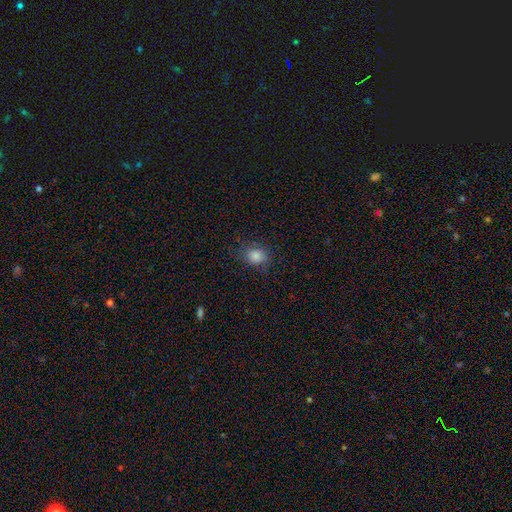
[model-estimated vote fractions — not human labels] smooth 80%, star or artifact 12%, featured or disk 8%. Down the decision tree: how rounded — round (56%); merging — none (75%).